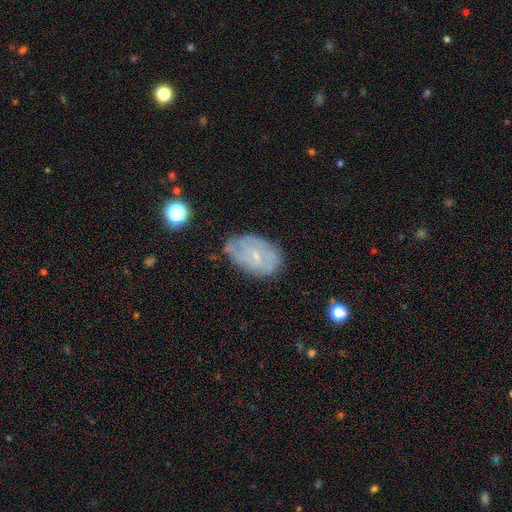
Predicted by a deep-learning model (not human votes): This is possibly a featured or disk galaxy (56%). It is clearly not viewed edge-on (96%). Bar: possibly no (57%). Spiral arm pattern: likely yes (70%). Central bulge: likely small (75%). Merging: likely none (62%).